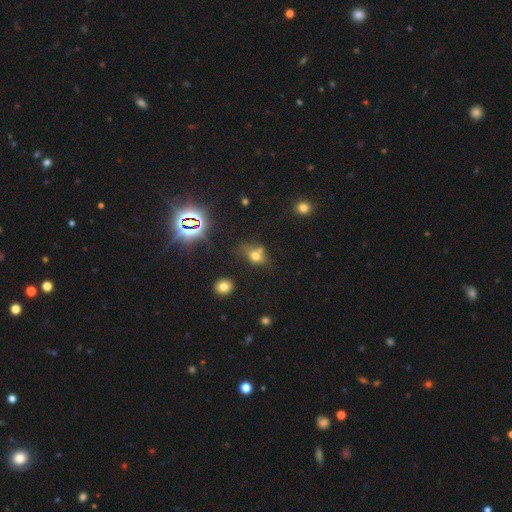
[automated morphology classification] The model was most divided on "merging": none: 43%, merger: 32%, minor disturbance: 17%, major disturbance: 9%. More confident: smooth or featured — smooth (61%); how rounded — in between (55%).